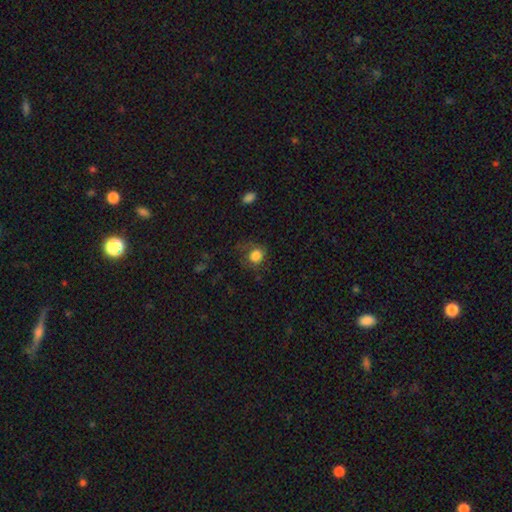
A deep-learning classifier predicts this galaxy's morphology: Q: Smooth or featured?
A: smooth (81%); runner-up: featured or disk (10%)
Q: How rounded?
A: round (72%); runner-up: in between (27%)
Q: Merging?
A: none (55%); runner-up: minor disturbance (24%)